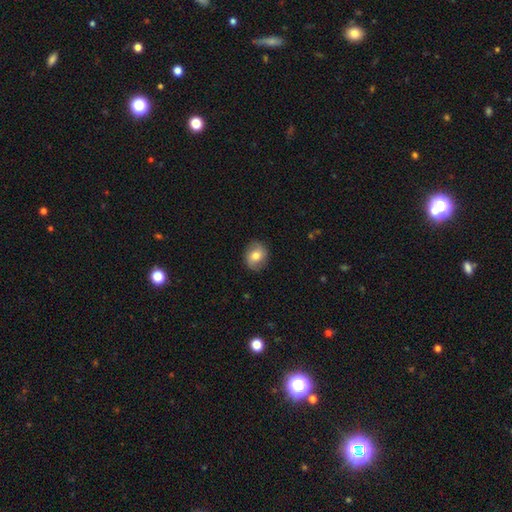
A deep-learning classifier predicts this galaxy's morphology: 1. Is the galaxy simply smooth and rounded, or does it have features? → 67% smooth, 24% featured or disk, 9% star or artifact.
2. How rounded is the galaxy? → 70% round, 29% in between, 1% cigar-shaped.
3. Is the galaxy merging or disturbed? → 85% none, 11% minor disturbance, 3% major disturbance, 1% merger.